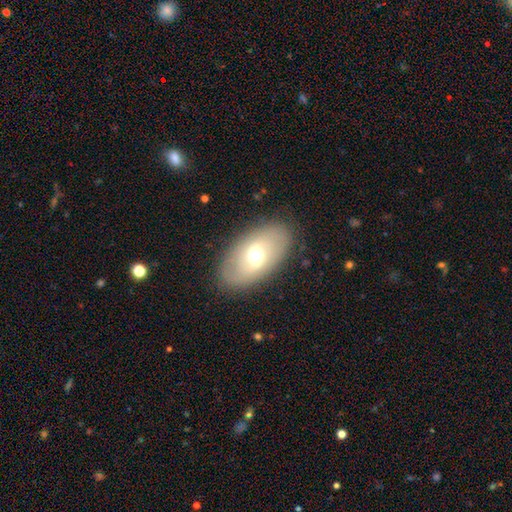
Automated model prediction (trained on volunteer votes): The model was most divided on "smooth or featured": smooth: 50%, featured or disk: 43%, star or artifact: 7%. More confident: merging — none (84%).